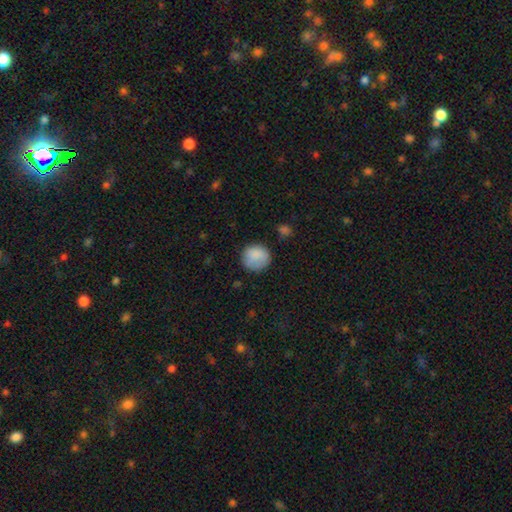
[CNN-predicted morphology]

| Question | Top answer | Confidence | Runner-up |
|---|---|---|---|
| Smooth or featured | smooth | 85% | star or artifact (8%) |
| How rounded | round | 89% | in between (10%) |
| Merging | none | 76% | minor disturbance (17%) |